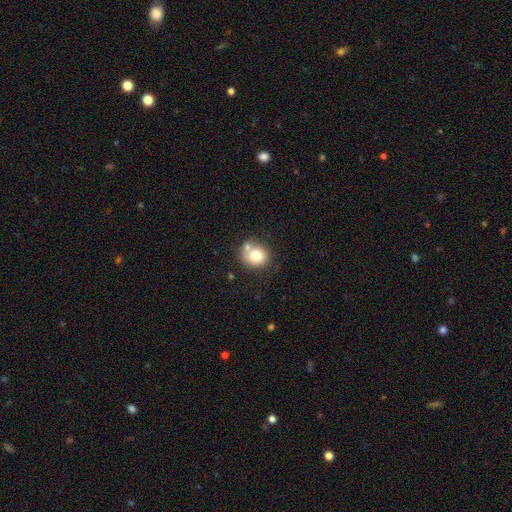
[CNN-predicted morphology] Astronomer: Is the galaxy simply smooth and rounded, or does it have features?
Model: smooth — 74%.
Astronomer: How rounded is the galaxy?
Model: round — 79%.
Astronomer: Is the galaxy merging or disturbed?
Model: none — 56%.